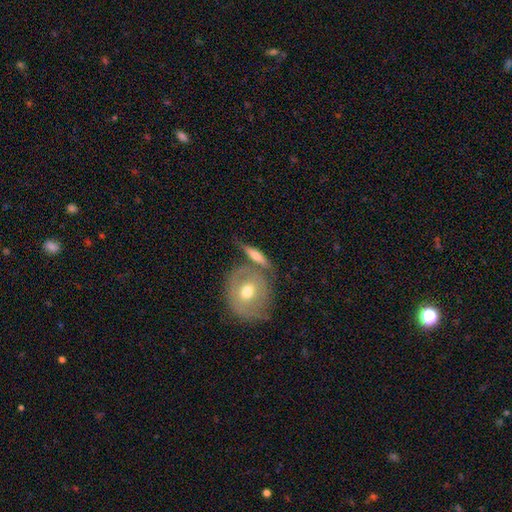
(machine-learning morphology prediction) A smooth galaxy with no disk features (51%) that is cigar-shaped (46%). Merging: none (55%).